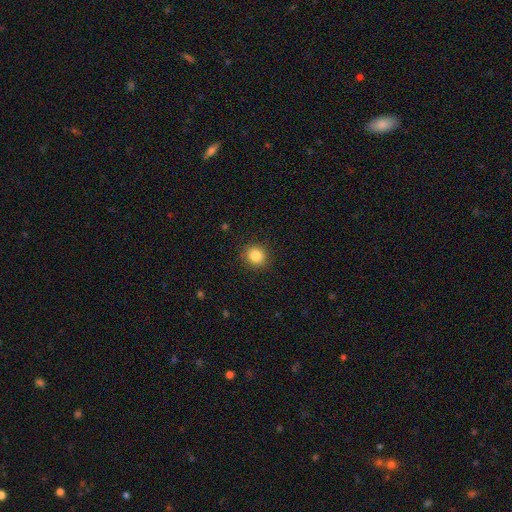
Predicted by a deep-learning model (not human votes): Q: Smooth or featured?
A: smooth (85%); runner-up: star or artifact (10%)
Q: How rounded?
A: round (86%); runner-up: in between (13%)
Q: Merging?
A: none (90%); runner-up: minor disturbance (7%)